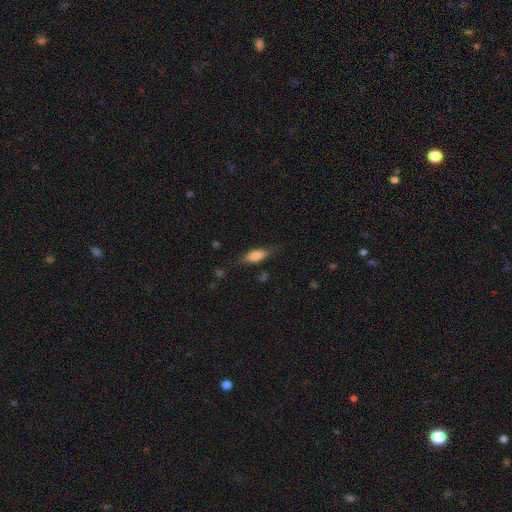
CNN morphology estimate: A smooth galaxy with no disk features (75%) that is in between round and cigar-shaped (70%). Merging: none (72%).